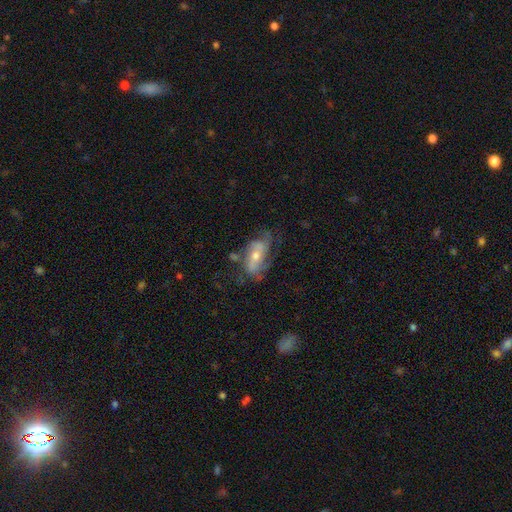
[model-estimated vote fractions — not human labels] Smooth or featured? Predicted: featured or disk (p=0.71). Edge-on disk? Predicted: no (p=0.91). Bar? Predicted: no (p=0.50). Spiral arms? Predicted: yes (p=0.83). Spiral winding? Predicted: medium (p=0.40). Spiral arm count? Predicted: 2 (p=0.42). Bulge size? Predicted: moderate (p=0.55). Merging? Predicted: none (p=0.50).